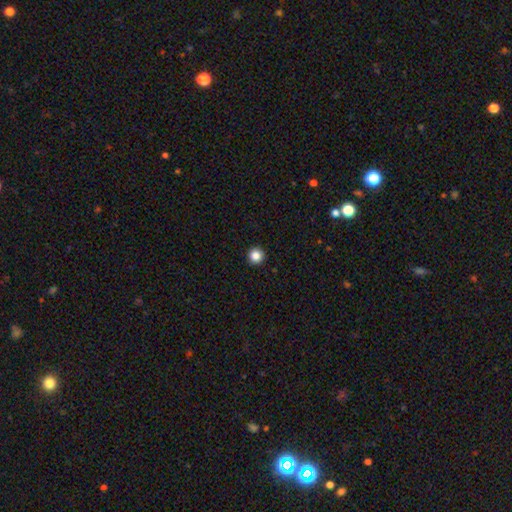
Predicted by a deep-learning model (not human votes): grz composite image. It shows a smooth galaxy with no disk features (85%) that is round (96%). Merging: none (94%).